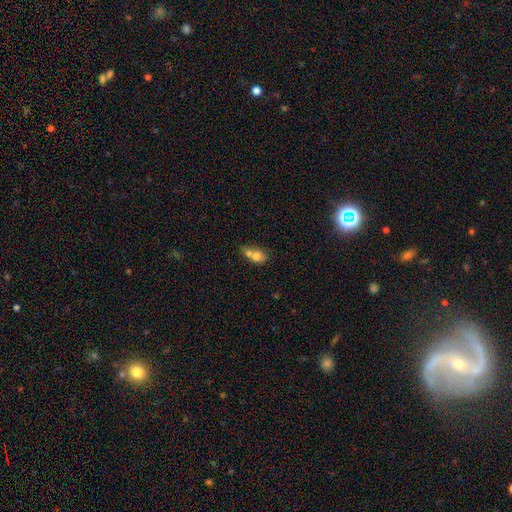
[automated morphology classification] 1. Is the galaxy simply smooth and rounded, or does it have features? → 70% smooth, 20% featured or disk, 10% star or artifact.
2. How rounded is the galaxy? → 62% in between, 35% round, 3% cigar-shaped.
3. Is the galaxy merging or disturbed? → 61% merger, 24% none, 11% minor disturbance, 5% major disturbance.